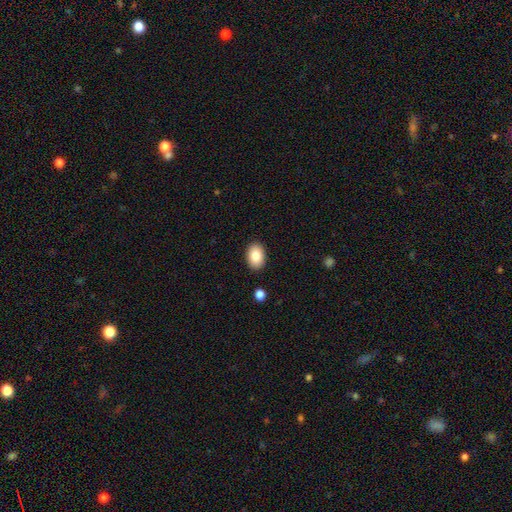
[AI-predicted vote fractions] Smooth or featured? Predicted: smooth (p=0.85). How rounded? Predicted: in between (p=0.84). Merging? Predicted: none (p=0.90).